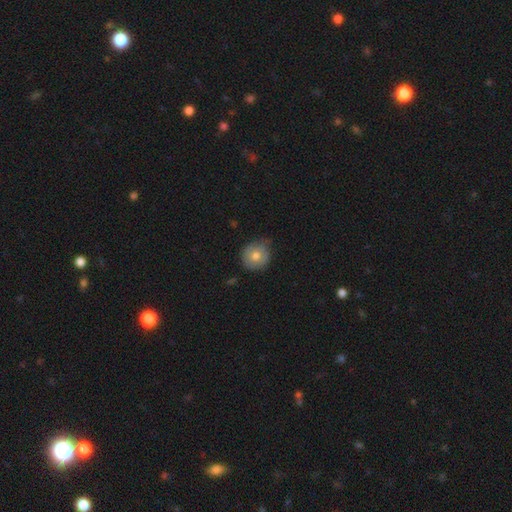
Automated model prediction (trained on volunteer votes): Q: Smooth or featured?
A: smooth (69%); runner-up: featured or disk (23%)
Q: How rounded?
A: round (85%); runner-up: in between (14%)
Q: Merging?
A: none (67%); runner-up: minor disturbance (26%)